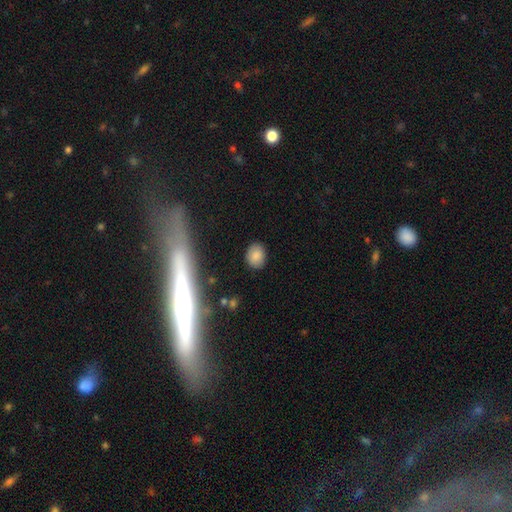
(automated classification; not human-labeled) Smooth or featured?
  - smooth: 82% *
  - star or artifact: 11%
  - featured or disk: 7%
How rounded?
  - round: 52% *
  - in between: 47%
  - cigar-shaped: 1%
Merging?
  - none: 87% *
  - minor disturbance: 9%
  - major disturbance: 3%
  - merger: 1%